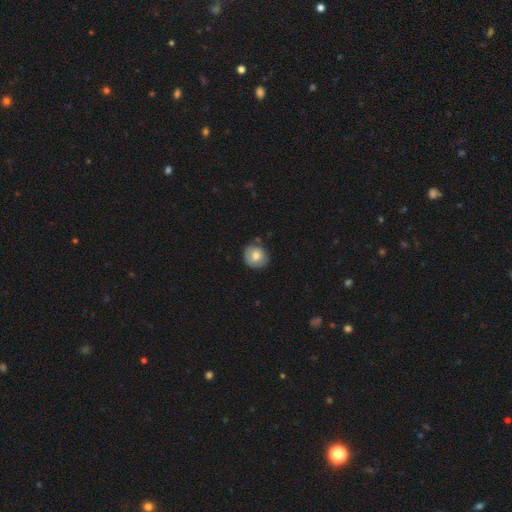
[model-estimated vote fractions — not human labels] smooth 70%, featured or disk 23%, star or artifact 7%. Down the decision tree: how rounded — round (83%); merging — none (75%).